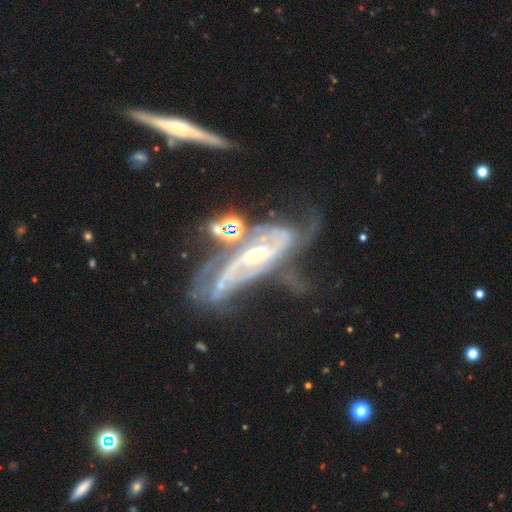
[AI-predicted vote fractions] Morphology: type=featured or disk (88%); edge-on=no (84%); bar=no (42%); spiral arms=yes (94%); winding=medium (40%); arm count=2 (50%); bulge=small (56%); merging=none (31%).